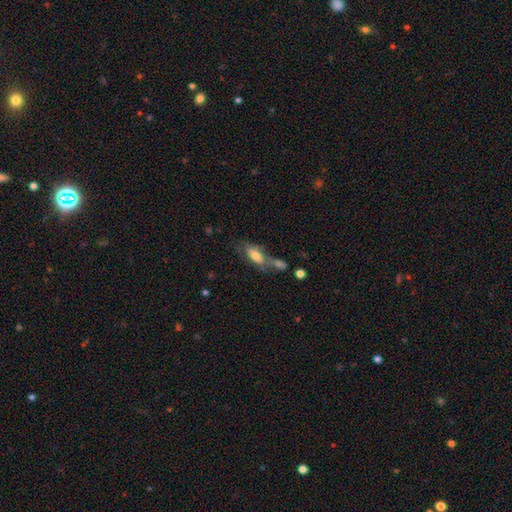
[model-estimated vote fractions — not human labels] The model was most divided on "merging": merger: 38%, none: 34%, minor disturbance: 17%, major disturbance: 12%. More confident: how rounded — in between (78%); smooth or featured — smooth (62%).